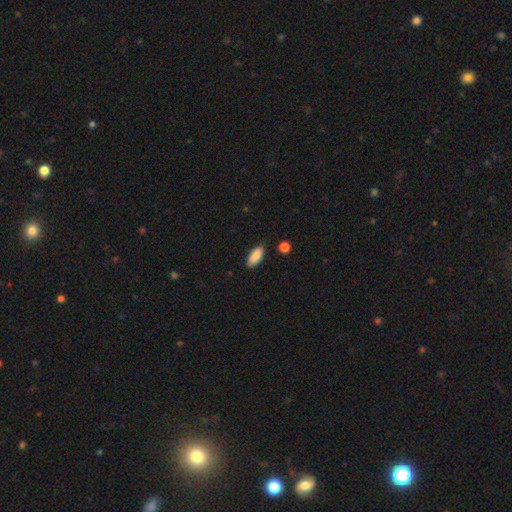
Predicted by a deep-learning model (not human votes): Overall: smooth (88%). How rounded: in between (84%). Merging: none (84%).